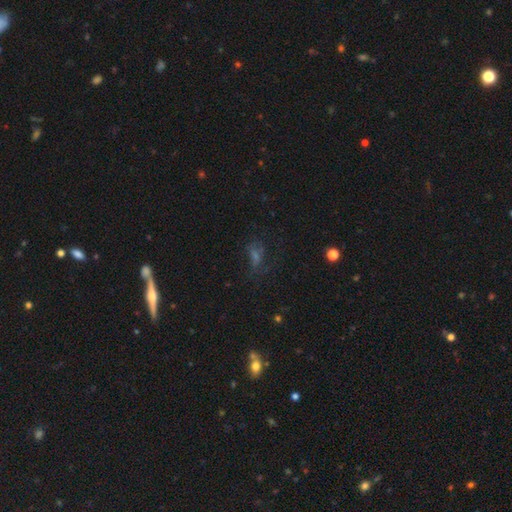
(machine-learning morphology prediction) smooth_or_featured: smooth (p=0.34) [alt: star or artifact p=0.33]
merging: none (p=0.57) [alt: minor disturbance p=0.19]